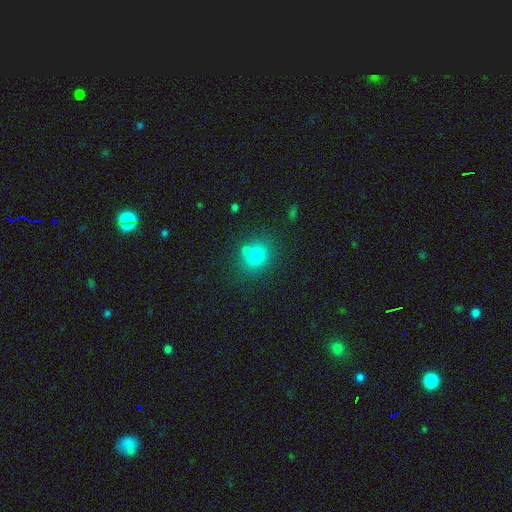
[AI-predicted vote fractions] Overall: smooth (77%). How rounded: round (68%; in between 31%). Merging: none (64%).